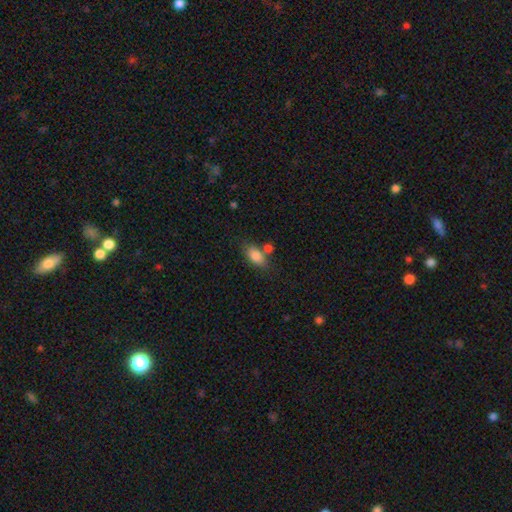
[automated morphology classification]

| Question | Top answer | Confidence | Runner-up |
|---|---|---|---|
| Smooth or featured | smooth | 84% | featured or disk (8%) |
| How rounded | in between | 86% | cigar-shaped (8%) |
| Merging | none | 62% | merger (17%) |